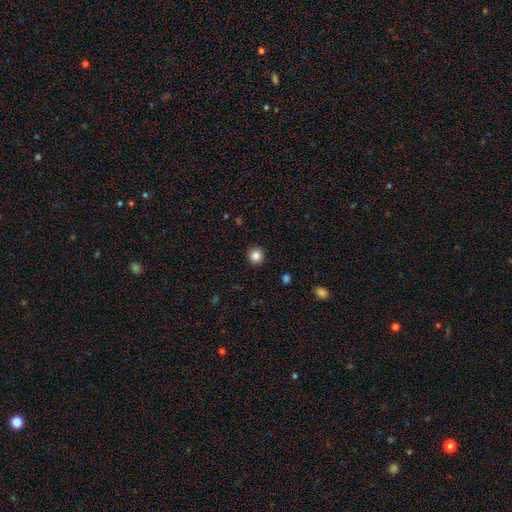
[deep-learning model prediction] smooth_or_featured: smooth (p=0.85) [alt: star or artifact p=0.10]
how_rounded: round (p=0.94) [alt: in between p=0.05]
merging: none (p=0.92) [alt: minor disturbance p=0.05]